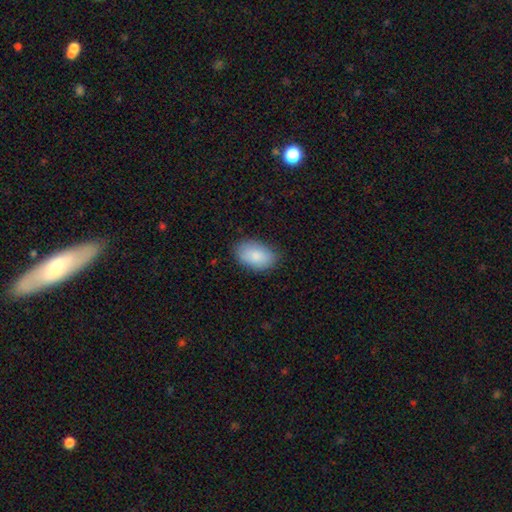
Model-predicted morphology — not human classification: Smooth or featured? smooth (87%)
How rounded? in between (92%)
Merging? none (83%)